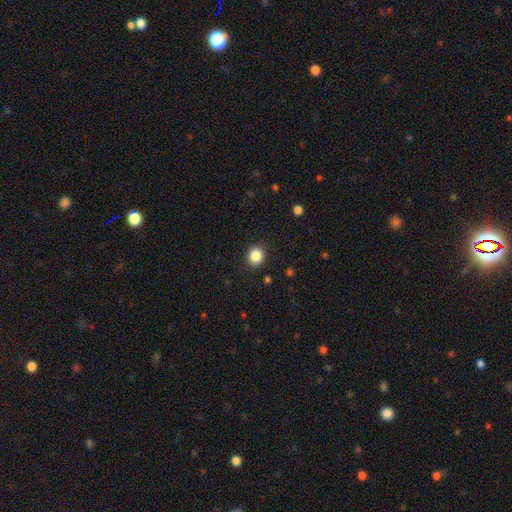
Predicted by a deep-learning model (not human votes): A smooth galaxy with no disk features (86%) that is round (76%).

Vote fractions:
- Smooth or featured? smooth: 86% / star or artifact: 10% / featured or disk: 4%
- How rounded? round: 76% / in between: 23% / cigar-shaped: 1%
- Merging? none: 89% / minor disturbance: 7% / major disturbance: 2% / merger: 1%